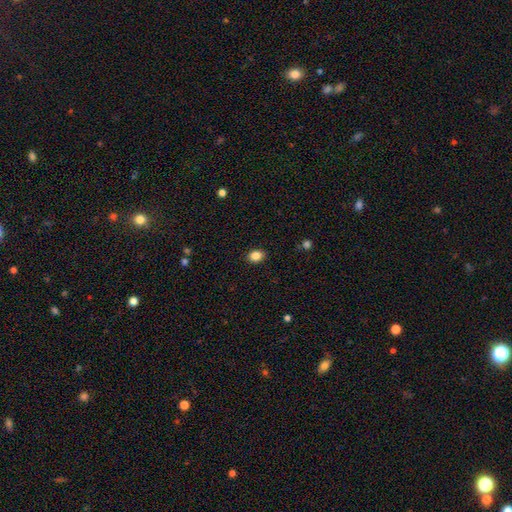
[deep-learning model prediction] Overall: smooth (86%). How rounded: in between (64%; round 35%). Merging: none (89%).